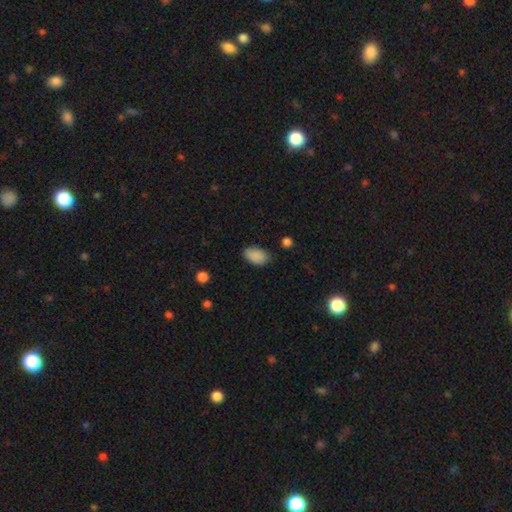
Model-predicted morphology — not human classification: Smooth or featured: smooth — 88% (star or artifact — 8%)
How rounded: in between — 92% (round — 7%)
Merging: none — 77% (minor disturbance — 18%)